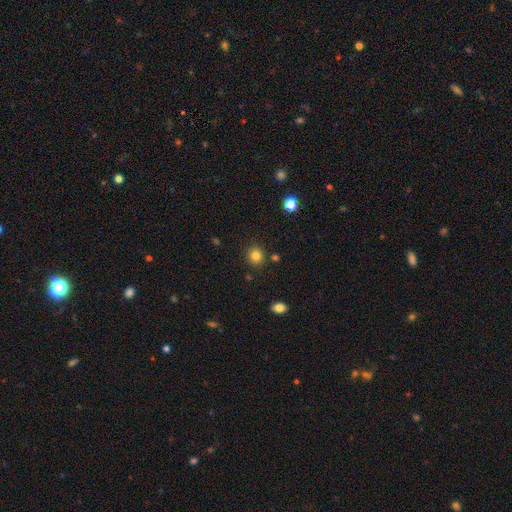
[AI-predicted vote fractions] A smooth galaxy with no disk features (83%) that is round (89%).

Vote fractions:
- Smooth or featured? smooth: 83% / star or artifact: 12% / featured or disk: 6%
- How rounded? round: 89% / in between: 10% / cigar-shaped: 1%
- Merging? none: 88% / minor disturbance: 7% / merger: 3% / major disturbance: 2%